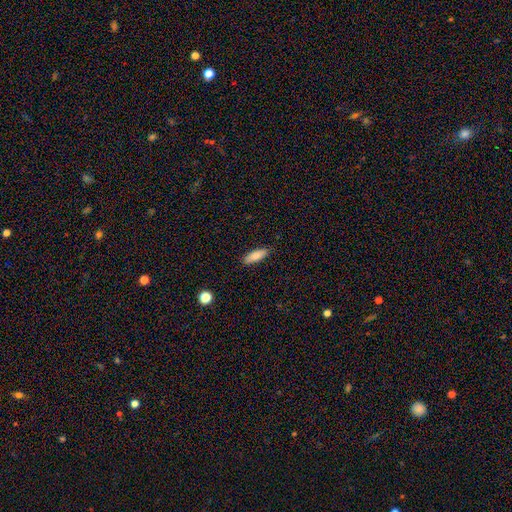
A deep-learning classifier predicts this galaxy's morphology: smooth-or-featured: smooth: 83% | featured or disk: 10% | star or artifact: 7%
  how-rounded: in between: 53% | cigar-shaped: 45% | round: 2%
  merging: none: 86% | minor disturbance: 10% | major disturbance: 2% | merger: 1%